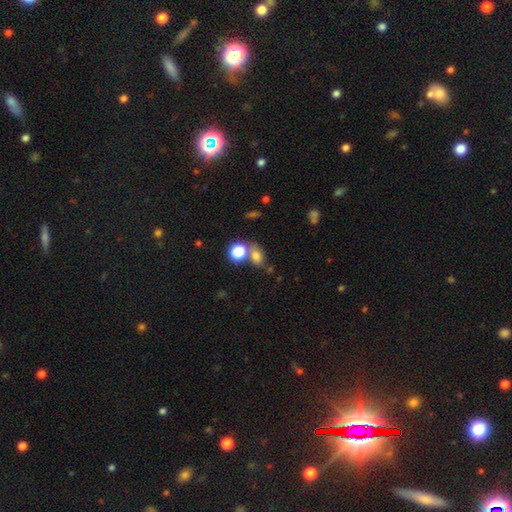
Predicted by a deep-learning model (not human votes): Morphology: type=smooth (73%); roundness=in between (62%); merging=none (54%).